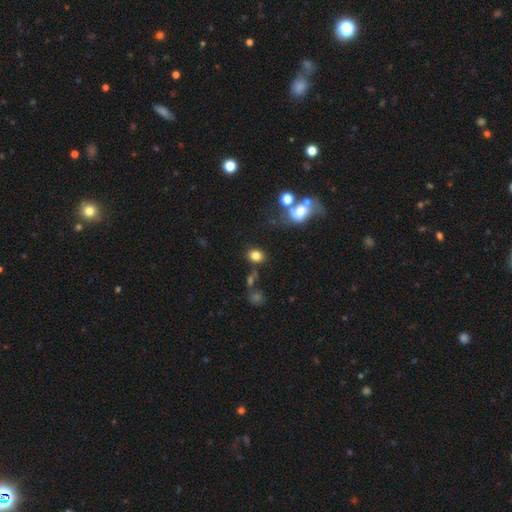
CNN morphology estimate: smooth_or_featured: smooth (p=0.80) [alt: star or artifact p=0.13]
how_rounded: in between (p=0.51) [alt: round p=0.48]
merging: none (p=0.75) [alt: minor disturbance p=0.12]